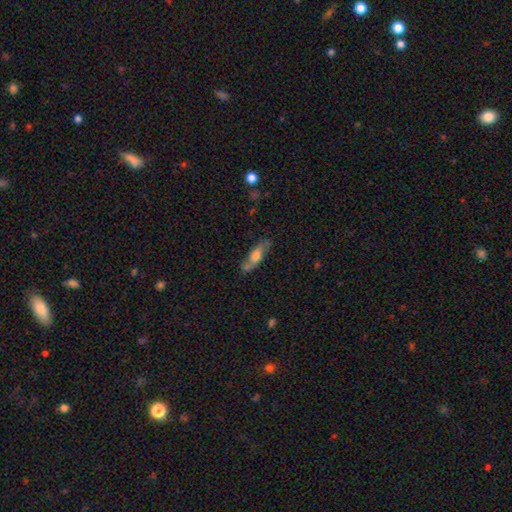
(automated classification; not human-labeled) A smooth galaxy with no disk features (56%) that is cigar-shaped (54%). Merging: none (66%).